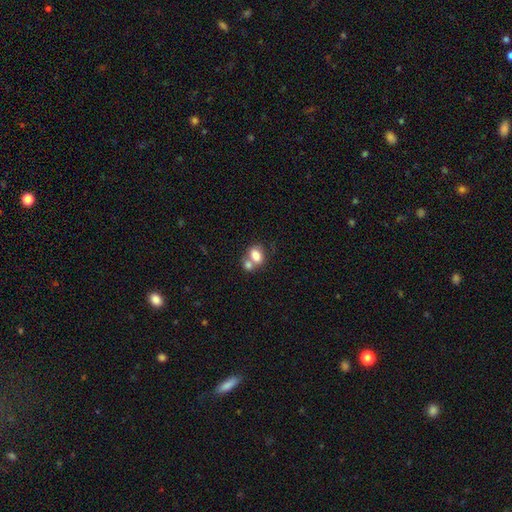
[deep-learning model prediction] smooth_or_featured: smooth (p=0.76) [alt: featured or disk p=0.14]
how_rounded: in between (p=0.73) [alt: round p=0.25]
merging: merger (p=0.52) [alt: none p=0.34]